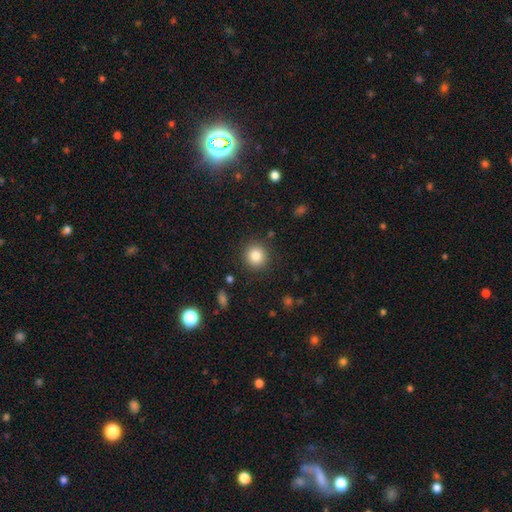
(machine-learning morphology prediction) A smooth galaxy with no disk features (84%) that is round (91%). Merging: none (89%).